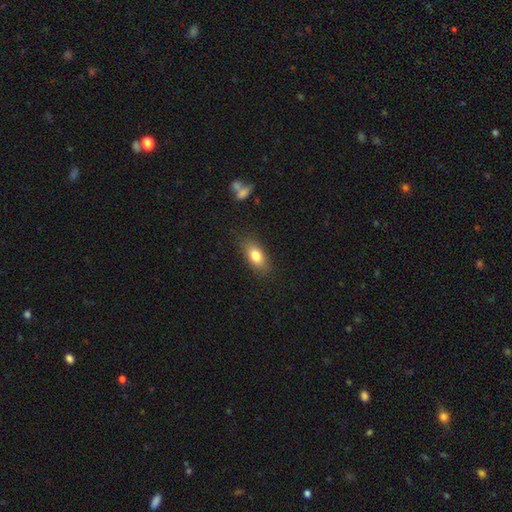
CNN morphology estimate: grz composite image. It shows a smooth galaxy with no disk features (80%) that is in between round and cigar-shaped (84%). Merging: none (83%).